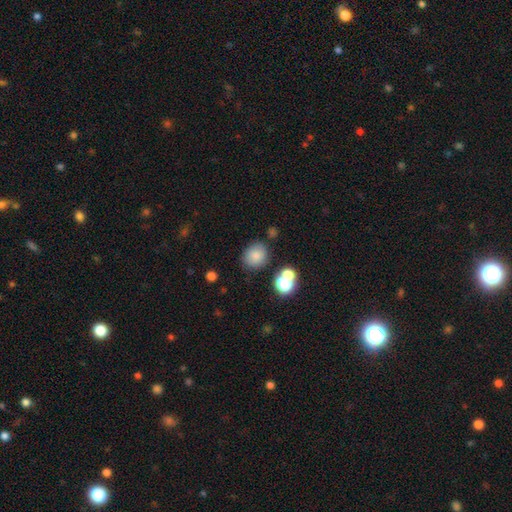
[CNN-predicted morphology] Smooth or featured? Predicted: smooth (p=0.80). How rounded? Predicted: round (p=0.63). Merging? Predicted: none (p=0.76).